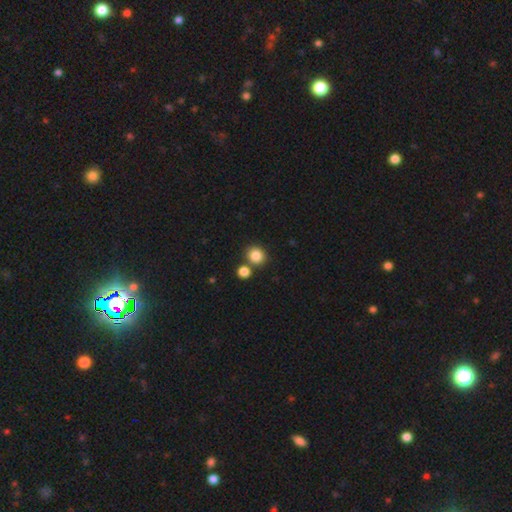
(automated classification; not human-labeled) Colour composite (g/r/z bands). It shows a smooth galaxy with no disk features (85%) that is round (80%). Merging: none (69%).